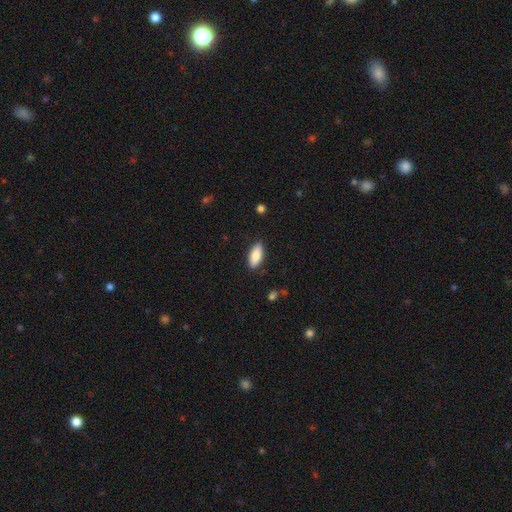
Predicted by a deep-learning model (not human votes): This appears to be a smooth galaxy with no disk features (84%) that is in between round and cigar-shaped (82%). Merging: none (86%).